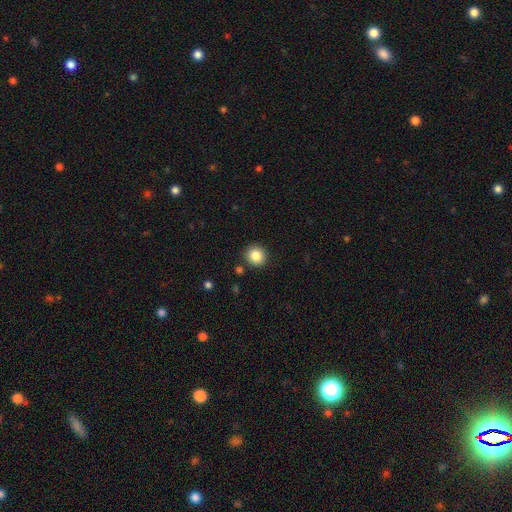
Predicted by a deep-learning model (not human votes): The model was most divided on "smooth or featured": smooth: 86%, star or artifact: 10%, featured or disk: 5%. More confident: how rounded — round (88%); merging — none (88%).